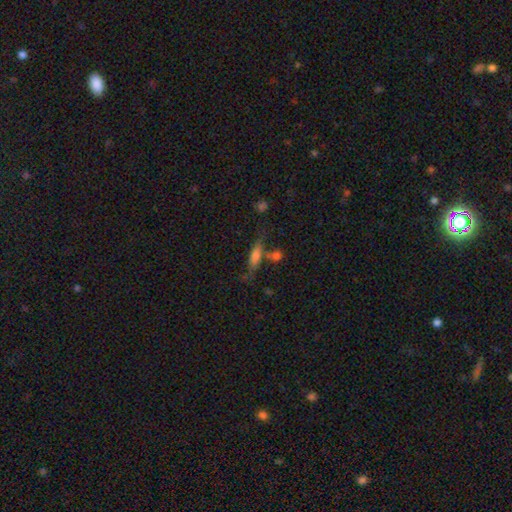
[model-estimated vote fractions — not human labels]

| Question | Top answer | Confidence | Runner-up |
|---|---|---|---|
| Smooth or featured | smooth | 66% | featured or disk (24%) |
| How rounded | cigar-shaped | 56% | in between (40%) |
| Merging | none | 56% | merger (18%) |